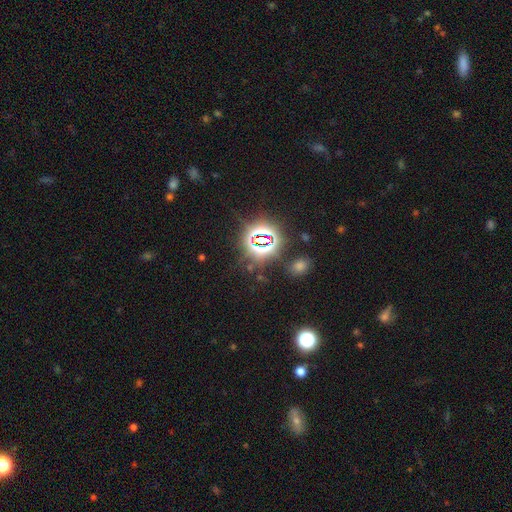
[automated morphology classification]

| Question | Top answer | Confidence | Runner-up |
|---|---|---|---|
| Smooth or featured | star or artifact | 78% | smooth (14%) |